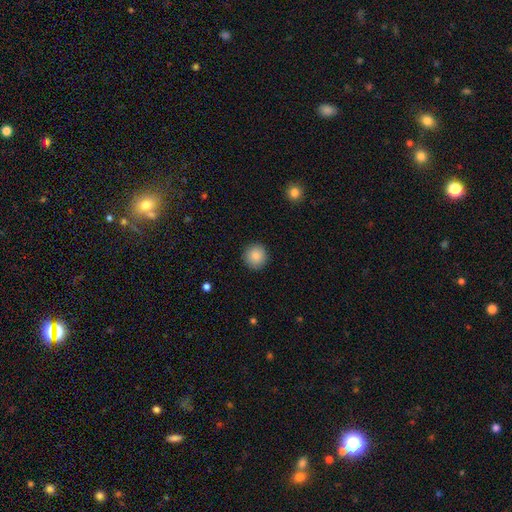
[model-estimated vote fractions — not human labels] smooth-or-featured: smooth: 88% | star or artifact: 8% | featured or disk: 4%
  how-rounded: round: 93% | in between: 6% | cigar-shaped: 1%
  merging: none: 92% | minor disturbance: 6% | major disturbance: 2% | merger: 1%